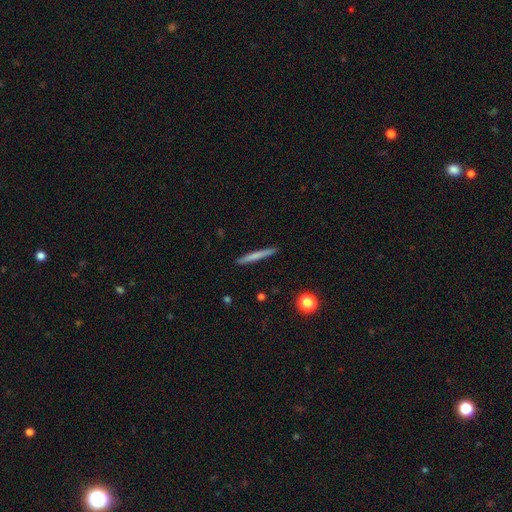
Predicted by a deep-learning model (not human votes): Overall: smooth (67%; featured or disk 27%). How rounded: cigar-shaped (96%). Merging: none (90%).